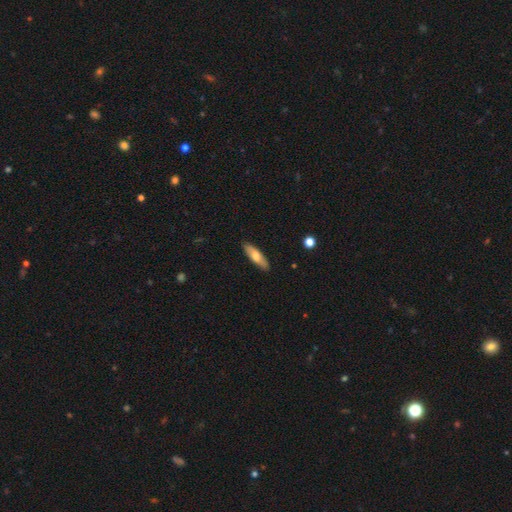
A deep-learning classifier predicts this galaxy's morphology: A smooth galaxy with no disk features (64%) that is cigar-shaped (54%). Merging: none (88%).